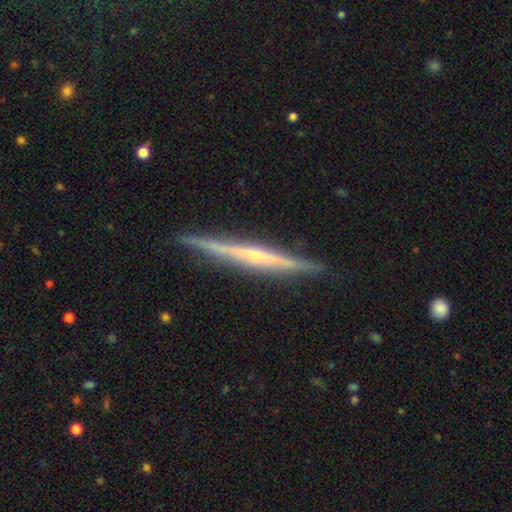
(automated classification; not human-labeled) Smooth or featured: featured or disk — 82% (smooth — 13%)
Edge-on disk: yes — 98% (no — 2%)
Edge-on bulge: rounded — 73% (none — 22%)
Merging: none — 91% (minor disturbance — 7%)